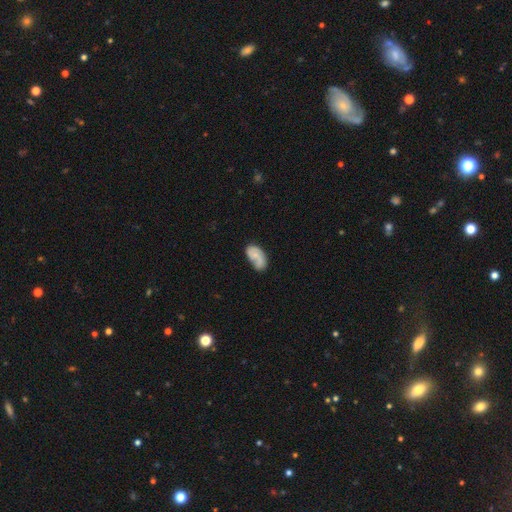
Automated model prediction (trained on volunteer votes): Overall: featured or disk (48%; smooth 45%). Merging: none (50%; minor disturbance 30%).